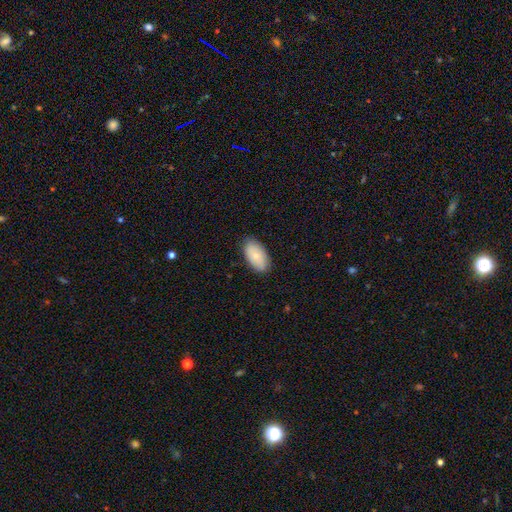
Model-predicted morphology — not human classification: smooth-or-featured: smooth: 79% | featured or disk: 15% | star or artifact: 6%
  how-rounded: in between: 95% | round: 3% | cigar-shaped: 2%
  merging: none: 84% | minor disturbance: 12% | major disturbance: 2% | merger: 1%